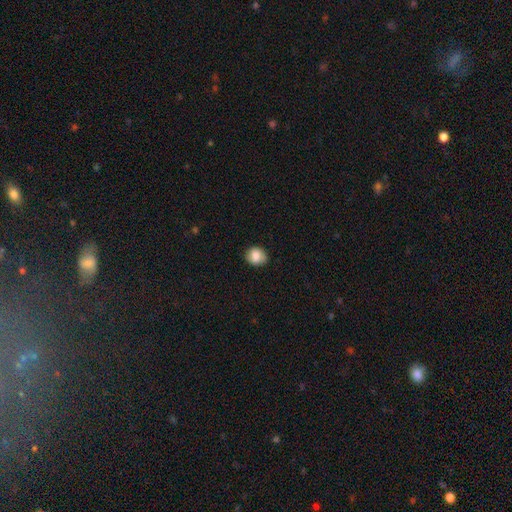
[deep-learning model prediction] smooth 79%, featured or disk 13%, star or artifact 8%. Down the decision tree: how rounded — round (65%); merging — none (80%).